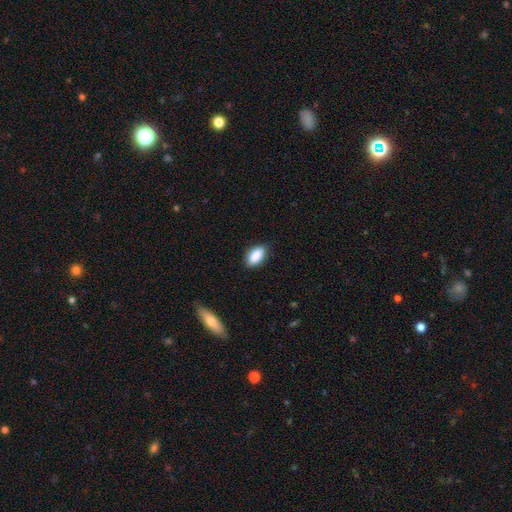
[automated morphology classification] Smooth or featured? smooth (86%)
How rounded? in between (90%)
Merging? none (86%)